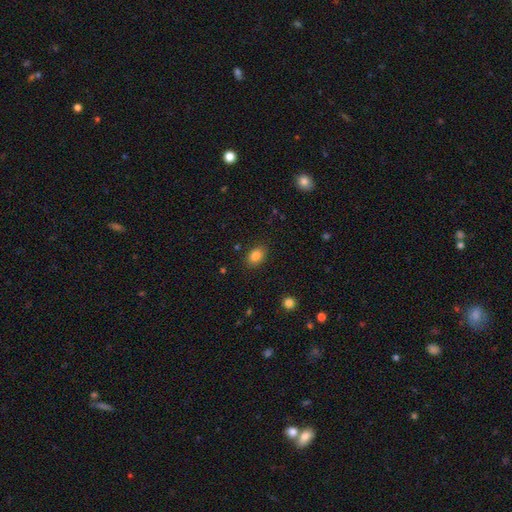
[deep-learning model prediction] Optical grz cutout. It shows a smooth galaxy with no disk features (84%) that is in between round and cigar-shaped (77%). Merging: none (87%).